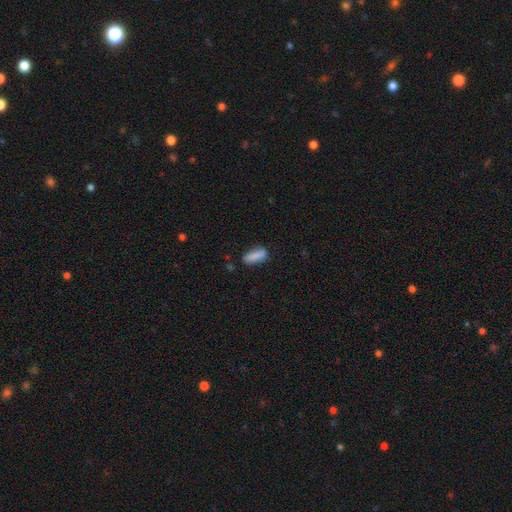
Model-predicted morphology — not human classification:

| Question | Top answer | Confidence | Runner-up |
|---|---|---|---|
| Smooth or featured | smooth | 86% | star or artifact (7%) |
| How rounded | in between | 67% | cigar-shaped (30%) |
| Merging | none | 76% | minor disturbance (17%) |